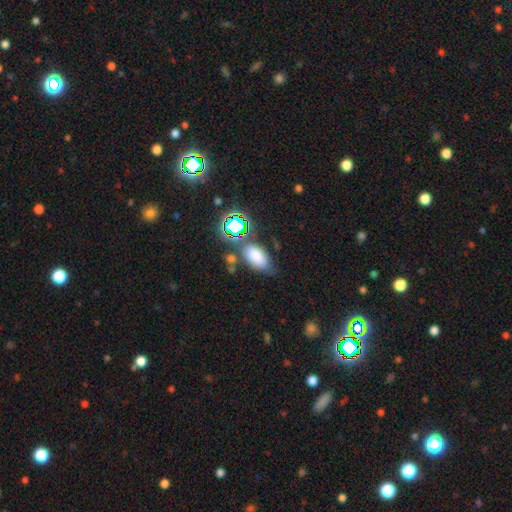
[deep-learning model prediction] A smooth galaxy with no disk features (73%) that is in between round and cigar-shaped (89%). Merging: none (65%).